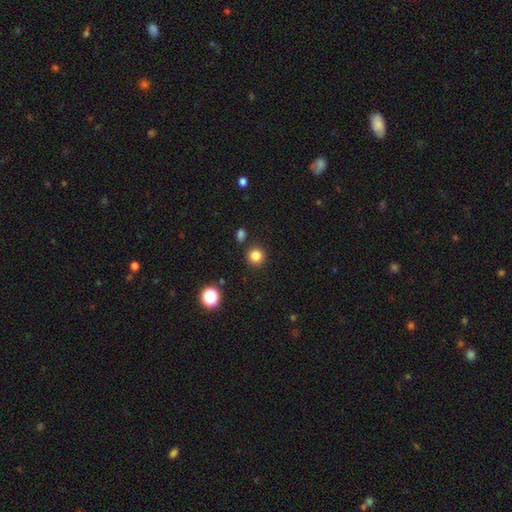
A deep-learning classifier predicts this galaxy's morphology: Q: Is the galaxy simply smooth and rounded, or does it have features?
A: smooth — 83%.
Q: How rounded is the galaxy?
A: round — 93%.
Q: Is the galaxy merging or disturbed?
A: none — 88%.